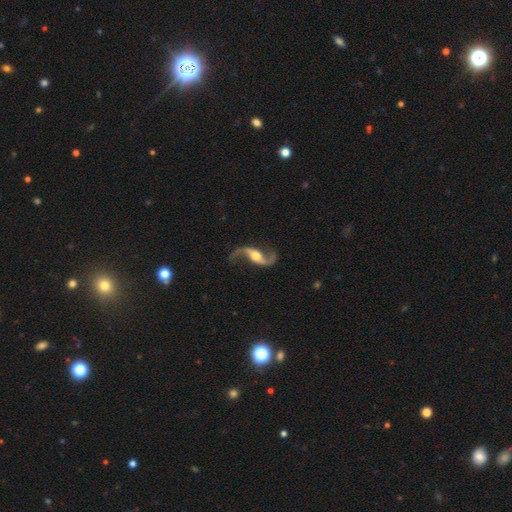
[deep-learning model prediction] This is clearly a featured or disk galaxy (92%). It is clearly not viewed edge-on (95%). Bar: marginally no (40%). Spiral arm pattern: clearly yes (97%). Spiral arm count: clearly 2 (94%). Spiral winding: clearly loose (88%). Central bulge: likely moderate (60%). Merging: likely none (78%).